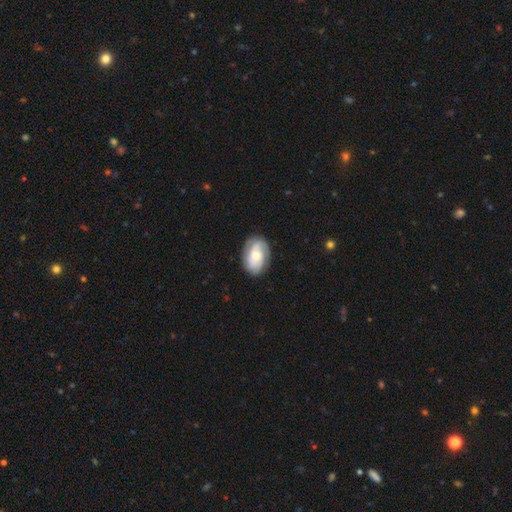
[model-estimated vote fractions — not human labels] smooth_or_featured: featured or disk (p=0.60) [alt: smooth p=0.34]
disk_edge_on: no (p=0.96) [alt: yes p=0.04]
bar: no (p=0.64) [alt: weak p=0.29]
has_spiral_arms: yes (p=0.86) [alt: no p=0.14]
bulge_size: moderate (p=0.58) [alt: small p=0.32]
merging: none (p=0.79) [alt: minor disturbance p=0.15]